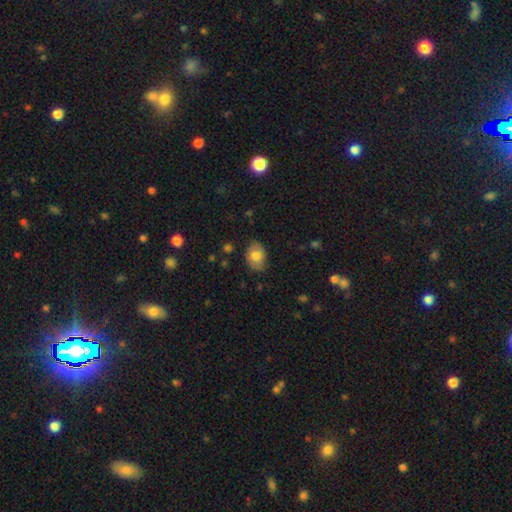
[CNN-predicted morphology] This appears to be a smooth galaxy with no disk features (78%) that is in between round and cigar-shaped (78%). Merging: none (79%).